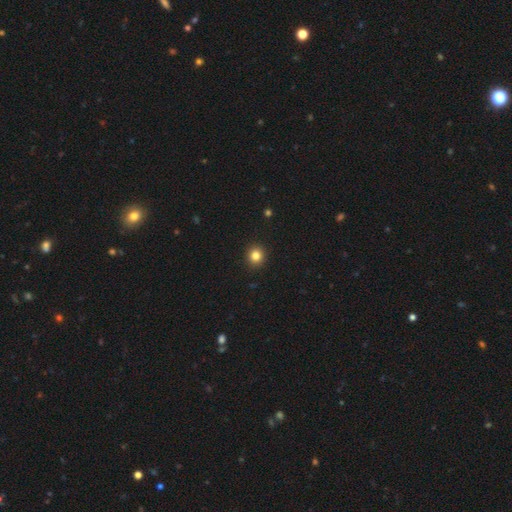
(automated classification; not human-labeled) smooth-or-featured: smooth: 84% | star or artifact: 11% | featured or disk: 5%
  how-rounded: round: 92% | in between: 7% | cigar-shaped: 1%
  merging: none: 93% | minor disturbance: 5% | major disturbance: 2% | merger: 1%